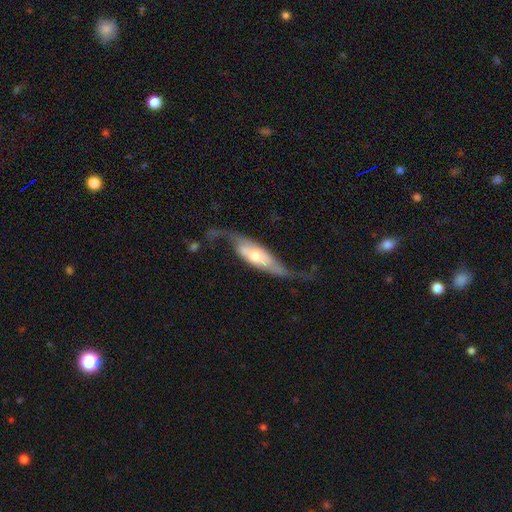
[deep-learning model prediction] Smooth or featured? featured or disk (72%)
Edge-on disk? no (71%)
Bar? no (57%)
Spiral arms? yes (84%)
Bulge size? moderate (55%)
Merging? none (44%)